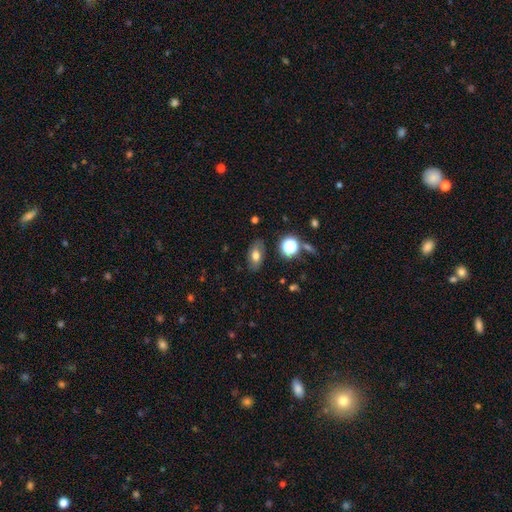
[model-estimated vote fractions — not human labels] smooth_or_featured: smooth (p=0.66) [alt: featured or disk p=0.22]
how_rounded: in between (p=0.86) [alt: round p=0.10]
merging: none (p=0.82) [alt: minor disturbance p=0.13]